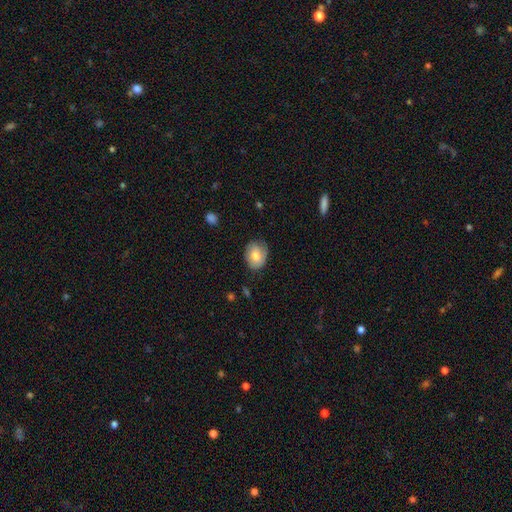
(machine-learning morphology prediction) This appears to be a smooth galaxy with no disk features (70%) that is in between round and cigar-shaped (54%). Merging: none (72%).